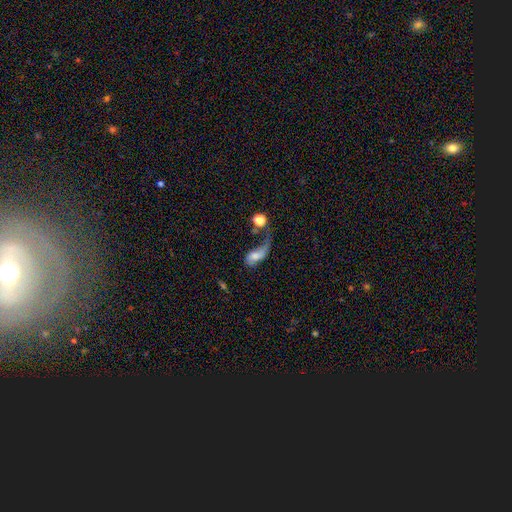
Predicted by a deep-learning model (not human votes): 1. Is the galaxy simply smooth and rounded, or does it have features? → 49% smooth, 41% featured or disk, 10% star or artifact.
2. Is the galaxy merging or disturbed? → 48% major disturbance, 19% none, 18% merger, 15% minor disturbance.